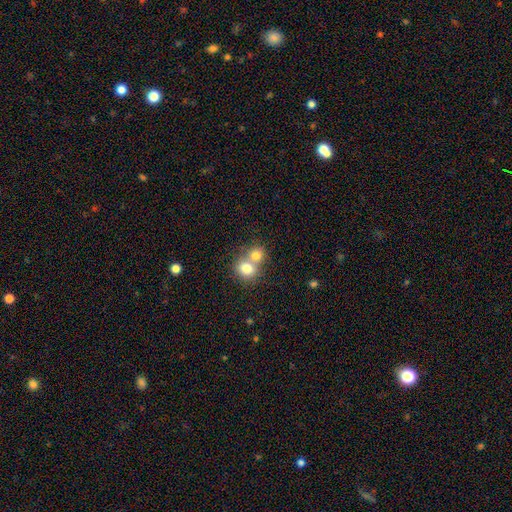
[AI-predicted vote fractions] A smooth galaxy with no disk features (77%) that is round (72%). Merging: merger (64%).